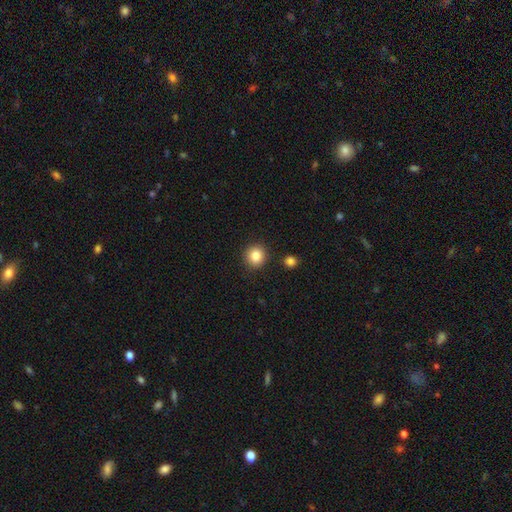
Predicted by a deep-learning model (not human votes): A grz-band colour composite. It shows a smooth galaxy with no disk features (85%) that is round (90%). Merging: none (89%).